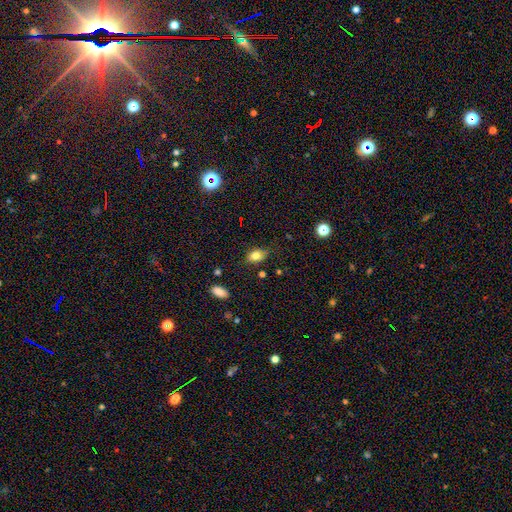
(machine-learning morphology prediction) The model was most divided on "merging": none: 75%, minor disturbance: 19%, major disturbance: 4%, merger: 2%. More confident: how rounded — in between (84%); smooth or featured — smooth (81%).